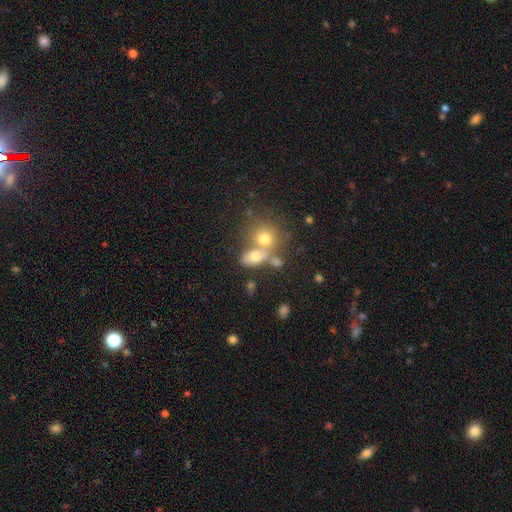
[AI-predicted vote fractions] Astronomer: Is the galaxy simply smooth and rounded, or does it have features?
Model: smooth — 53% (runner-up: star or artifact, 28%).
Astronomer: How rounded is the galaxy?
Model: round — 76%.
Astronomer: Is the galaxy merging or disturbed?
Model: merger — 50% (runner-up: none, 38%).